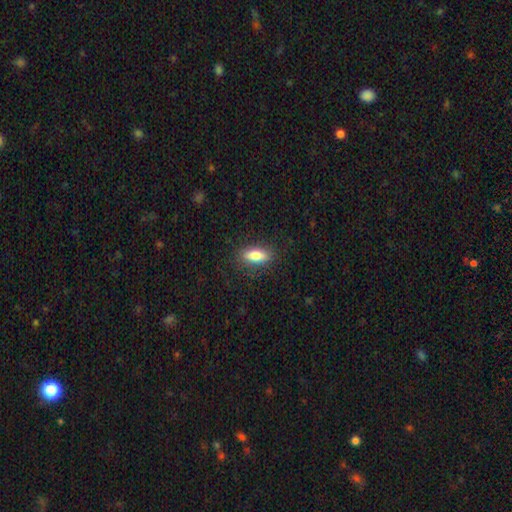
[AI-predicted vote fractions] Smooth or featured?
  - smooth: 77% *
  - featured or disk: 16%
  - star or artifact: 8%
How rounded?
  - in between: 73% *
  - cigar-shaped: 24%
  - round: 3%
Merging?
  - none: 83% *
  - minor disturbance: 12%
  - major disturbance: 4%
  - merger: 1%